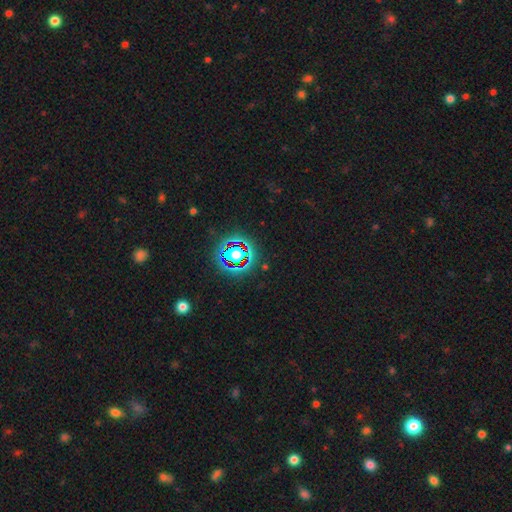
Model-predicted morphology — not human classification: smooth-or-featured: star or artifact: 78% | smooth: 14% | featured or disk: 9%